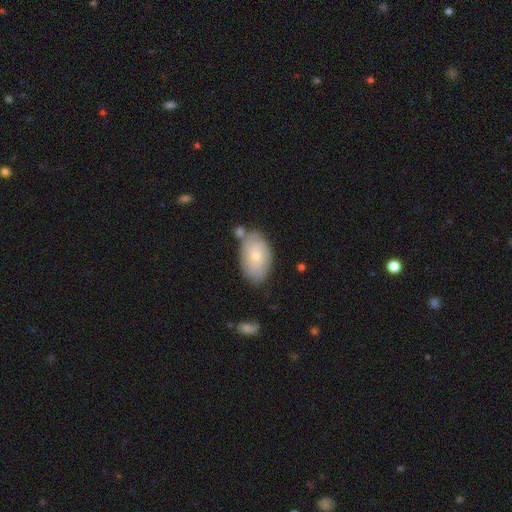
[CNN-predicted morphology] smooth_or_featured: smooth (p=0.56) [alt: featured or disk p=0.37]
how_rounded: in between (p=0.93) [alt: round p=0.05]
merging: none (p=0.64) [alt: minor disturbance p=0.21]